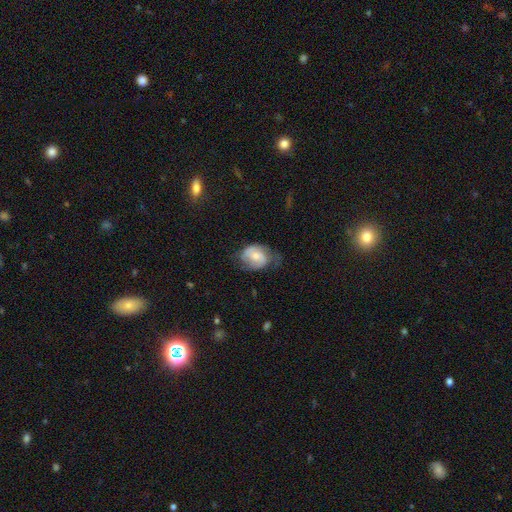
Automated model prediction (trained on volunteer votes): Overall: smooth (49%; featured or disk 44%). Merging: none (42%; minor disturbance 35%).